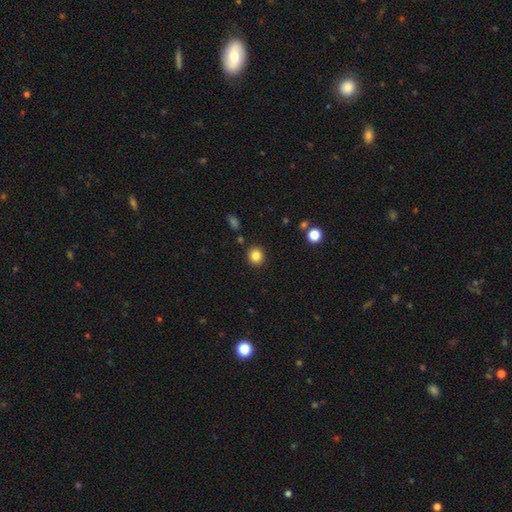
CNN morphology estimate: The model was most divided on "how rounded": round: 84%, in between: 15%, cigar-shaped: 1%. More confident: merging — none (88%); smooth or featured — smooth (84%).